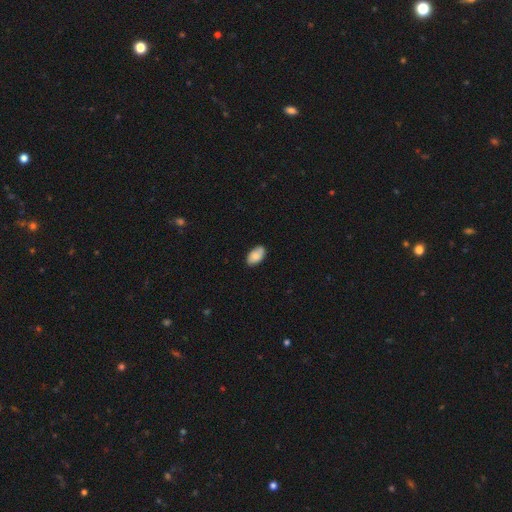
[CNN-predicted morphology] smooth-or-featured: smooth: 79% | featured or disk: 14% | star or artifact: 7%
  how-rounded: in between: 94% | round: 4% | cigar-shaped: 2%
  merging: none: 78% | minor disturbance: 17% | major disturbance: 3% | merger: 2%